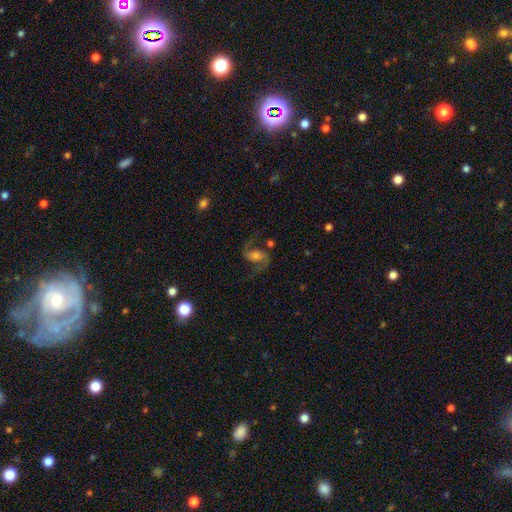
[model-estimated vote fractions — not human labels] Morphology: type=featured or disk (81%); edge-on=no (97%); bar=weak (42%); spiral arms=yes (96%); winding=loose (58%); arm count=2 (93%); bulge=moderate (46%); merging=none (71%).